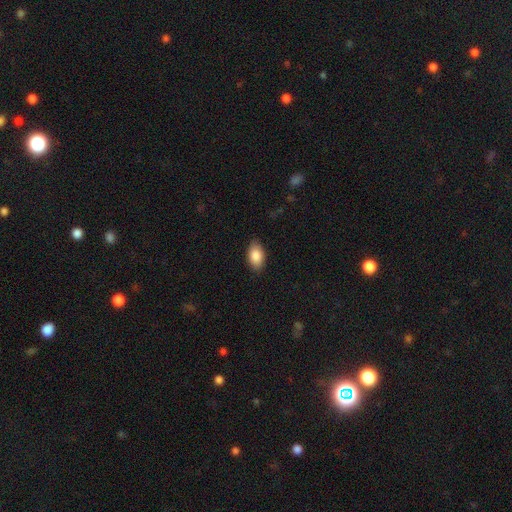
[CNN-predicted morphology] The model was most divided on "merging": none: 87%, minor disturbance: 10%, major disturbance: 2%, merger: 1%. More confident: how rounded — in between (94%); smooth or featured — smooth (87%).